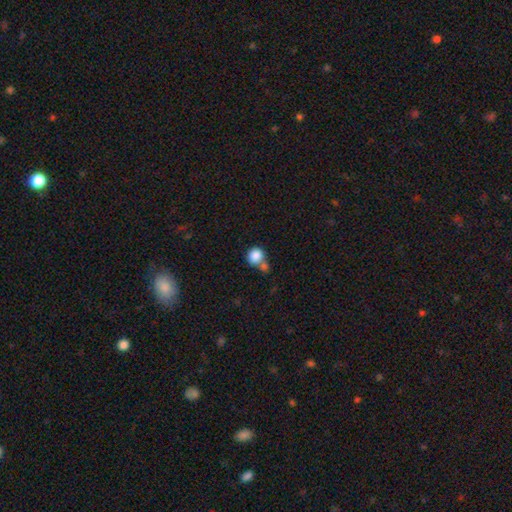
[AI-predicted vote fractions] Overall: smooth (86%). How rounded: round (87%). Merging: none (47%; merger 37%).